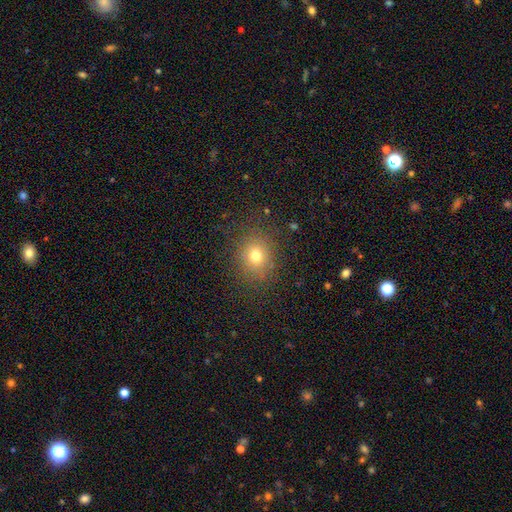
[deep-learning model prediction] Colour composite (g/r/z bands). It shows a smooth galaxy with no disk features (73%) that is round (74%). Merging: none (85%).